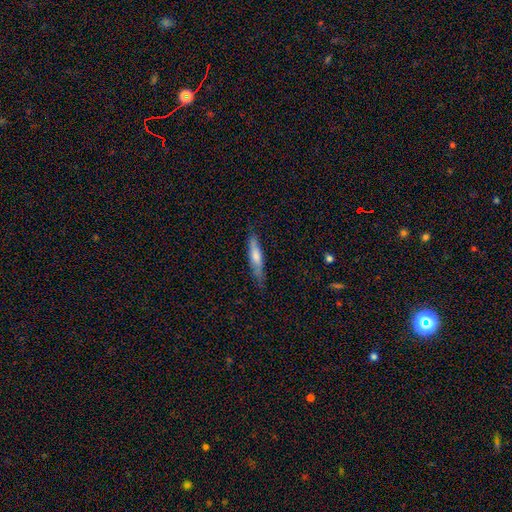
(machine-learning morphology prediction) The model was most divided on "smooth or featured": smooth: 50%, featured or disk: 44%, star or artifact: 7%. More confident: merging — none (81%).